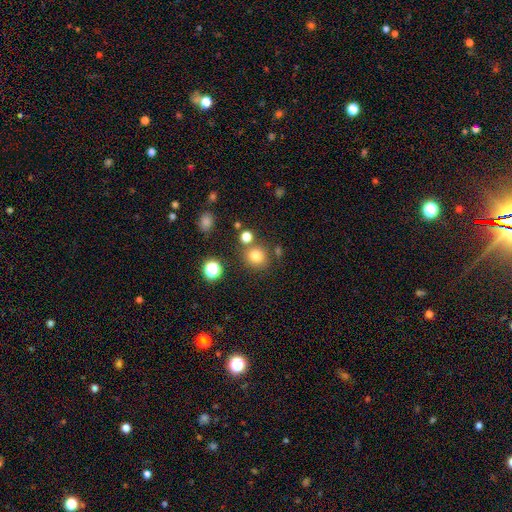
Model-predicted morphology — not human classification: Overall: smooth (79%). How rounded: round (86%). Merging: none (77%).